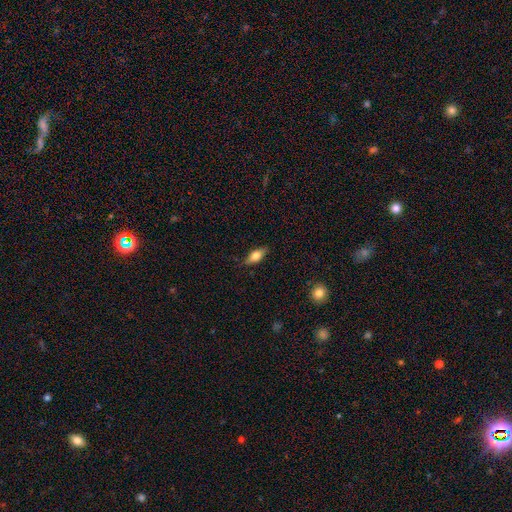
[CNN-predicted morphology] type=smooth (71%); roundness=in between (78%); merging=none (81%).